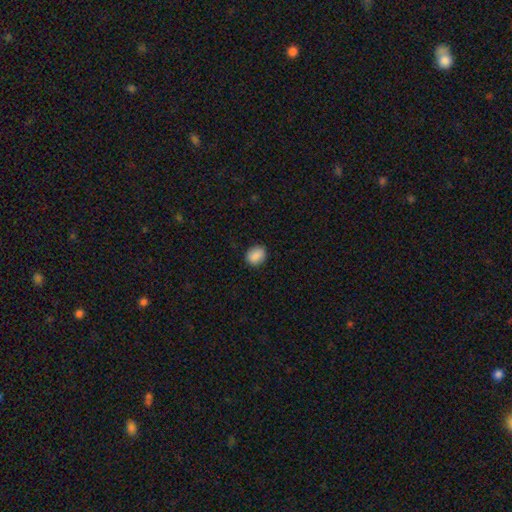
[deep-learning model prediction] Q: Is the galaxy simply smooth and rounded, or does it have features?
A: smooth — 89%.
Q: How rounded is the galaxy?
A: round — 51%.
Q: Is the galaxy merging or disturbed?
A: none — 86%.